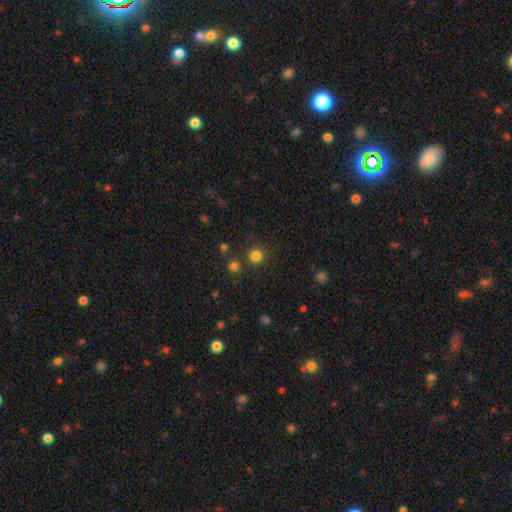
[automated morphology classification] Overall: smooth (80%). How rounded: round (94%). Merging: none (84%).